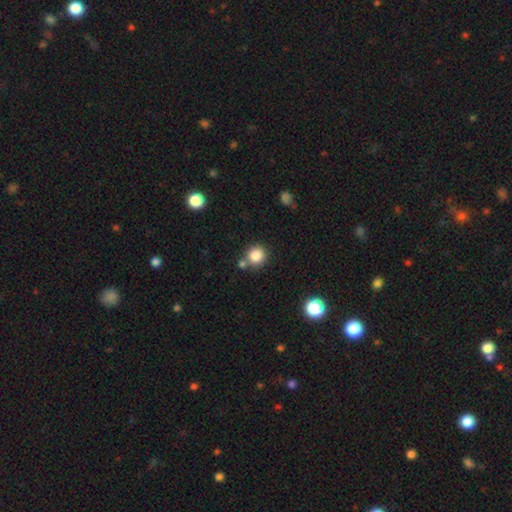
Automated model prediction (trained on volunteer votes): smooth_or_featured: smooth (p=0.84) [alt: star or artifact p=0.11]
how_rounded: round (p=0.91) [alt: in between p=0.08]
merging: none (p=0.71) [alt: merger p=0.17]